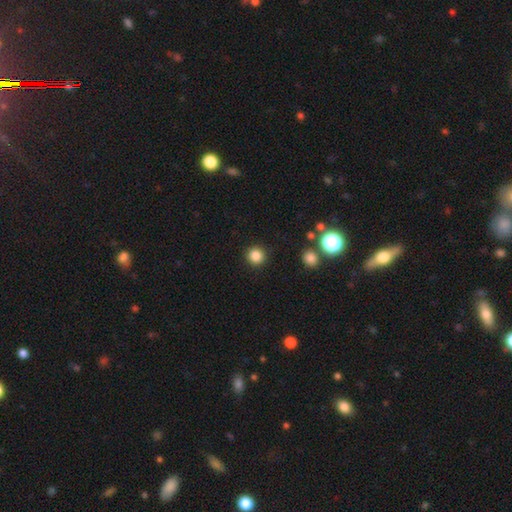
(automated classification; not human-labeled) smooth_or_featured: smooth (p=0.84) [alt: star or artifact p=0.12]
how_rounded: round (p=0.94) [alt: in between p=0.05]
merging: none (p=0.91) [alt: minor disturbance p=0.05]